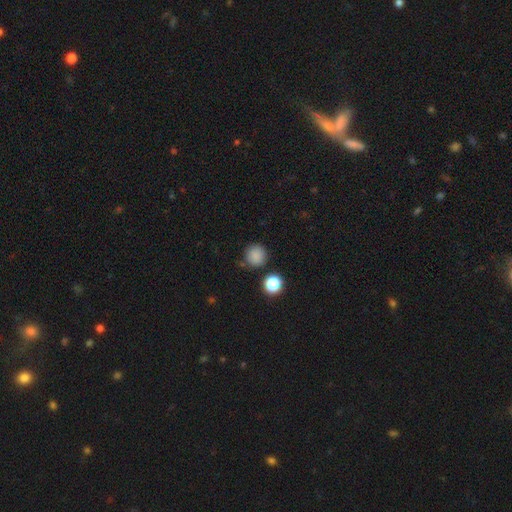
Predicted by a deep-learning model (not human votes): Smooth or featured? Predicted: smooth (p=0.84). How rounded? Predicted: round (p=0.91). Merging? Predicted: none (p=0.79).